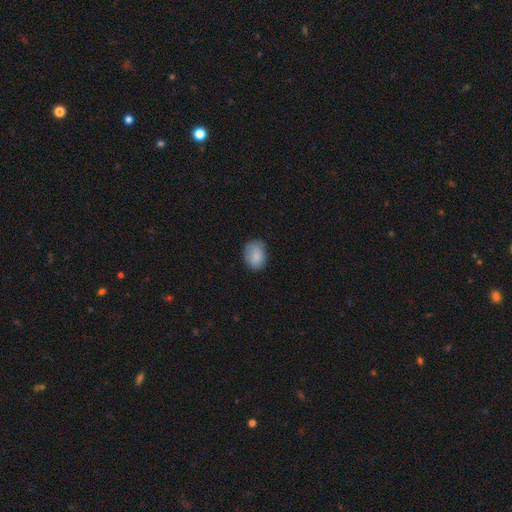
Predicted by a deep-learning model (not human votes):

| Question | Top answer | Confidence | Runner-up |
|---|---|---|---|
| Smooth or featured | smooth | 85% | star or artifact (7%) |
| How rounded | in between | 63% | round (36%) |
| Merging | none | 72% | minor disturbance (22%) |